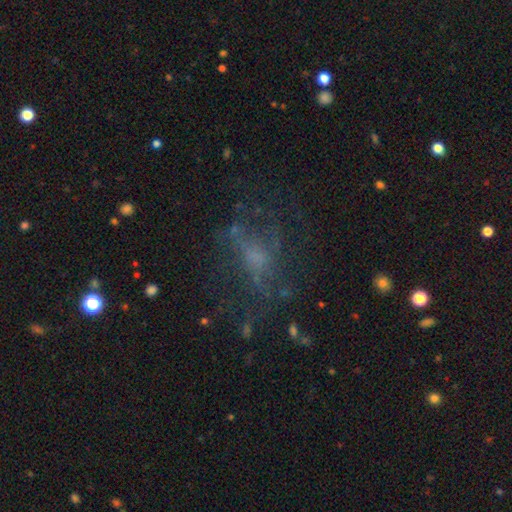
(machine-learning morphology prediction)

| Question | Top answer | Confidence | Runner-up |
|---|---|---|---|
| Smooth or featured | featured or disk | 48% | smooth (30%) |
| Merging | none | 54% | major disturbance (26%) |